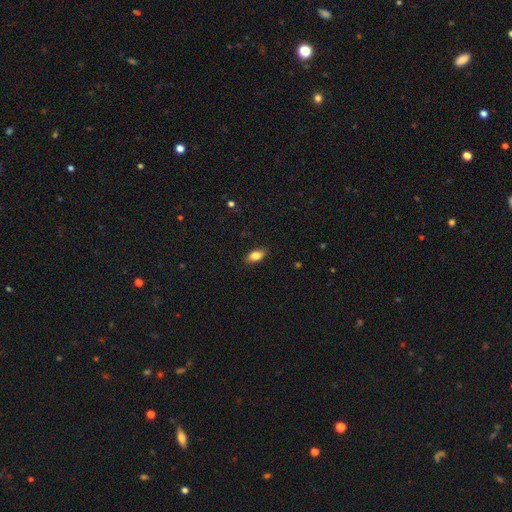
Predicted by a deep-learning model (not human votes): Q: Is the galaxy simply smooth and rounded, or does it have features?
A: smooth — 84%.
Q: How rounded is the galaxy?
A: in between — 89%.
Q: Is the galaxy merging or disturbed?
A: none — 86%.